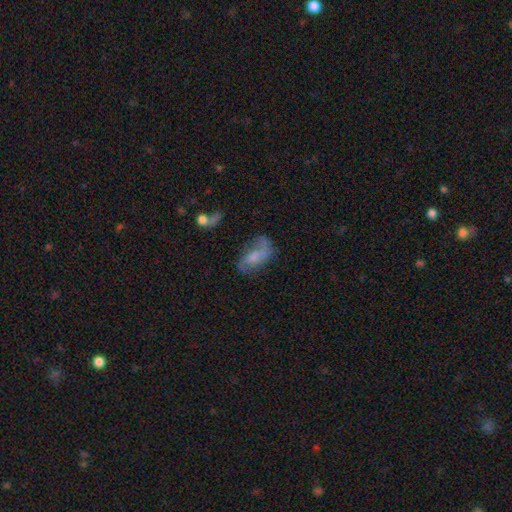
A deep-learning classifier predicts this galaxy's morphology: type=featured or disk (49%); merging=none (45%).